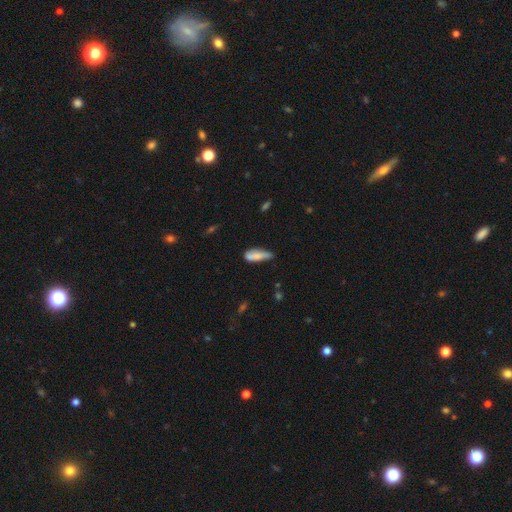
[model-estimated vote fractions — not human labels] Smooth or featured? smooth (74%)
How rounded? in between (54%)
Merging? none (46%)